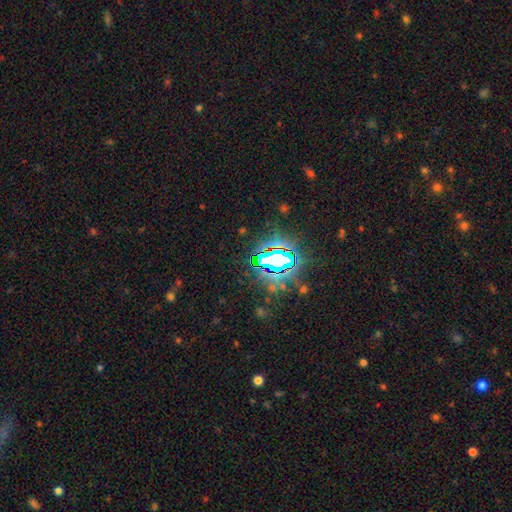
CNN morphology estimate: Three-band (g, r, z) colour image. It shows a star or artifact, not a galaxy (85%).